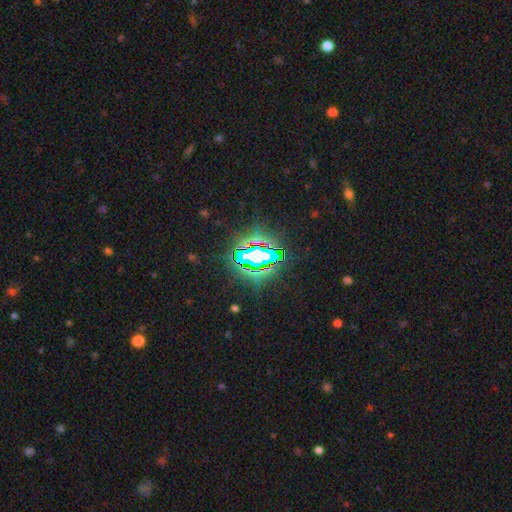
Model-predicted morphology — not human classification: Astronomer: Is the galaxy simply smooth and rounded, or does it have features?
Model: star or artifact — 76%.